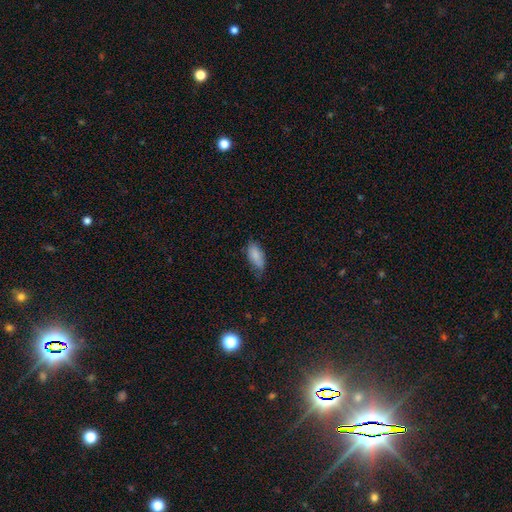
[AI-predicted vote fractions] Smooth or featured? Predicted: smooth (p=0.84). How rounded? Predicted: in between (p=0.88). Merging? Predicted: none (p=0.54).